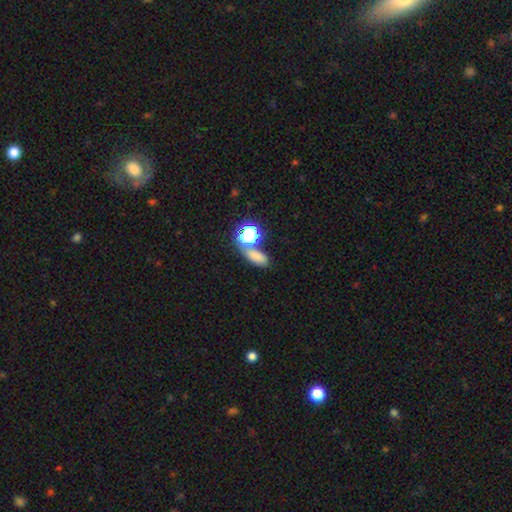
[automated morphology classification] Smooth or featured: smooth — 72% (star or artifact — 21%)
How rounded: in between — 73% (round — 20%)
Merging: none — 56% (merger — 27%)